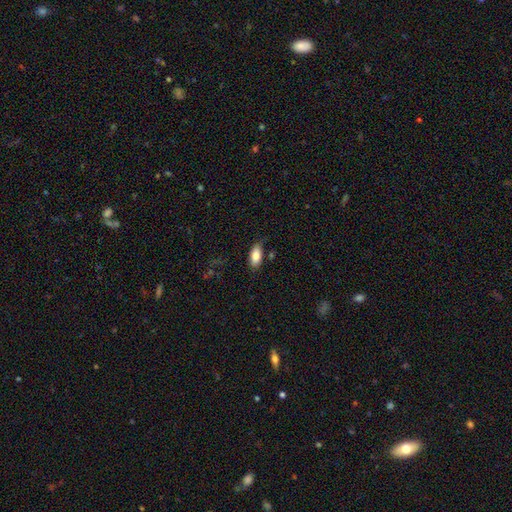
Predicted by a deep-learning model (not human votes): Smooth or featured?
  - smooth: 83% *
  - featured or disk: 10%
  - star or artifact: 7%
How rounded?
  - in between: 90% *
  - cigar-shaped: 7%
  - round: 3%
Merging?
  - none: 76% *
  - minor disturbance: 17%
  - major disturbance: 4%
  - merger: 3%